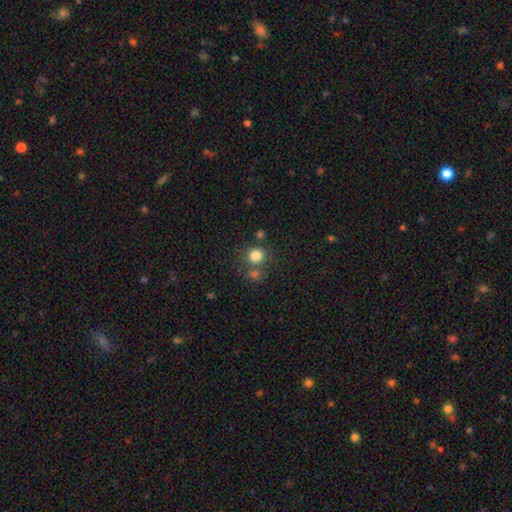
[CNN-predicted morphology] Smooth or featured: smooth — 81% (star or artifact — 13%)
How rounded: round — 90% (in between — 9%)
Merging: none — 69% (merger — 19%)